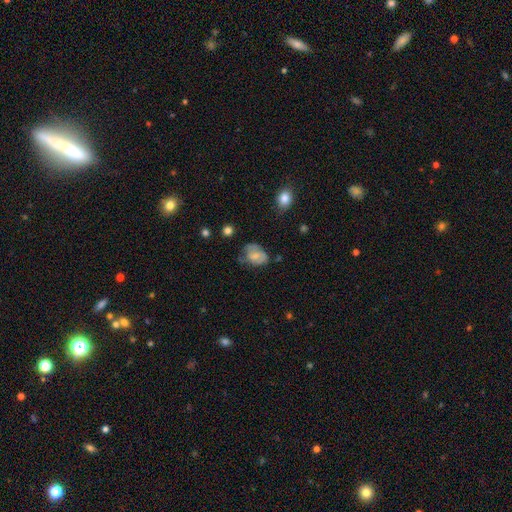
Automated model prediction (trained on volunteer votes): This is possibly a smooth galaxy (60%). How rounded: likely in between (75%). Merging: marginally none (44%).